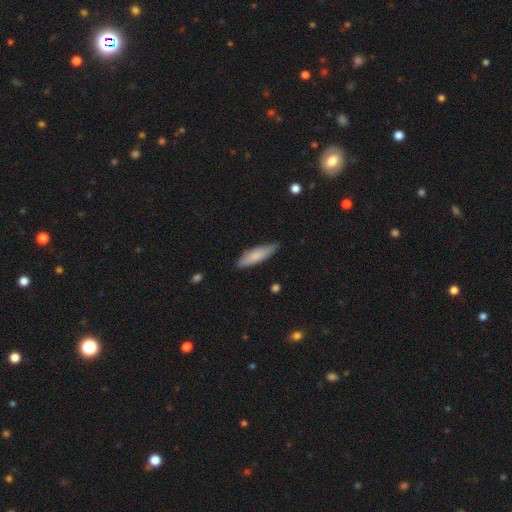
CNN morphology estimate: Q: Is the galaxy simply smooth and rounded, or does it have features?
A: smooth — 81%.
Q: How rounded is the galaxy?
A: cigar-shaped — 63%.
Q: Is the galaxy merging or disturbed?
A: none — 85%.